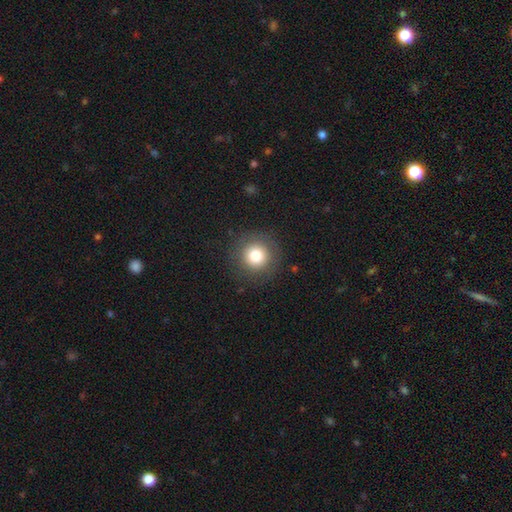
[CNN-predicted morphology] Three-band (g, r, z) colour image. It shows a smooth galaxy with no disk features (80%) that is round (96%). Merging: none (89%).